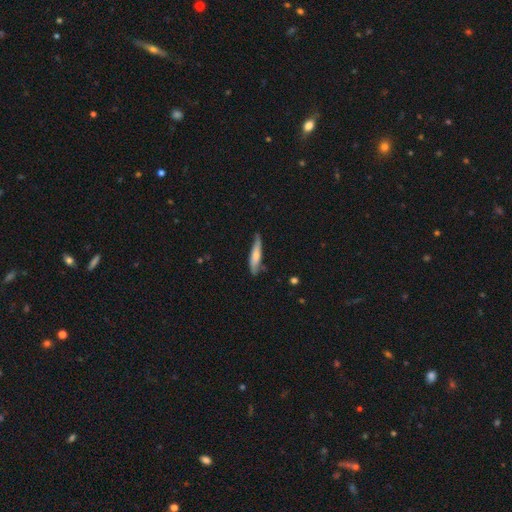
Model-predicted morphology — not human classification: Smooth or featured?
  - smooth: 62% *
  - featured or disk: 33%
  - star or artifact: 6%
How rounded?
  - cigar-shaped: 83% *
  - in between: 15%
  - round: 2%
Merging?
  - none: 66% *
  - minor disturbance: 26%
  - major disturbance: 5%
  - merger: 3%